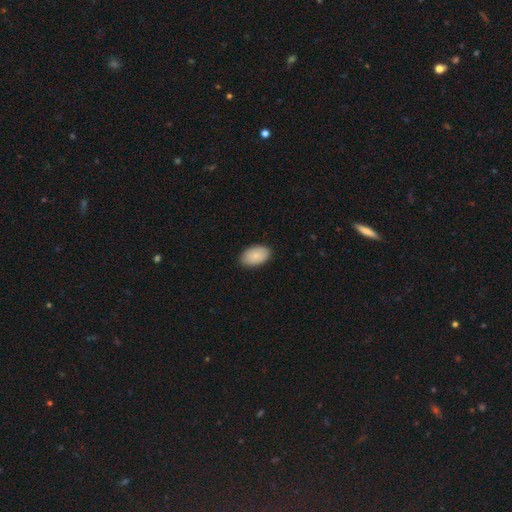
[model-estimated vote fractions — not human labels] The model was most divided on "smooth or featured": smooth: 86%, featured or disk: 8%, star or artifact: 6%. More confident: how rounded — in between (94%); merging — none (88%).